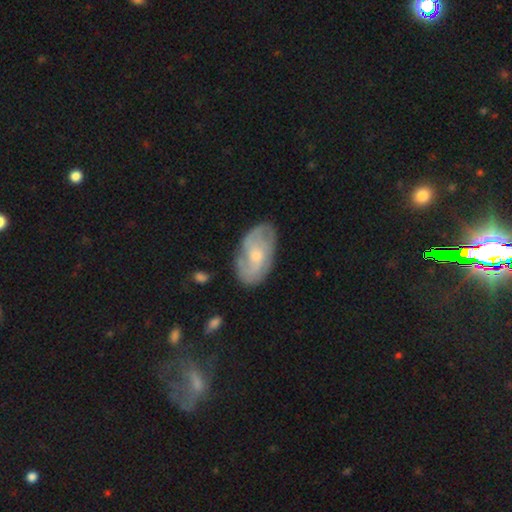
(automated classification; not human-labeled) Morphology: type=featured or disk (69%); edge-on=no (96%); bar=no (64%); spiral arms=yes (87%); winding=medium (42%); arm count=2 (41%); bulge=moderate (49%); merging=none (73%).